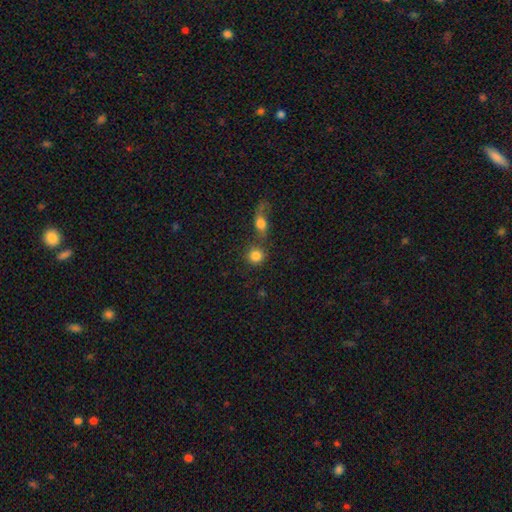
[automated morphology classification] smooth 83%, star or artifact 10%, featured or disk 8%. Down the decision tree: how rounded — round (89%); merging — none (56%).